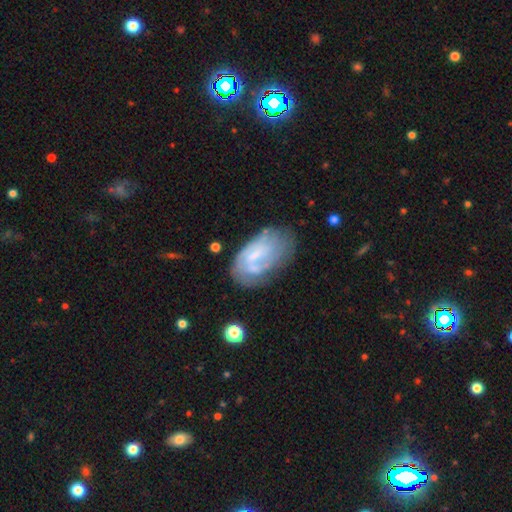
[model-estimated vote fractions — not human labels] This is possibly a featured or disk galaxy (57%). It is clearly not viewed edge-on (96%). Bar: possibly no (49%). Spiral arm pattern: likely yes (61%). Central bulge: marginally small (42%). Merging: possibly none (48%).